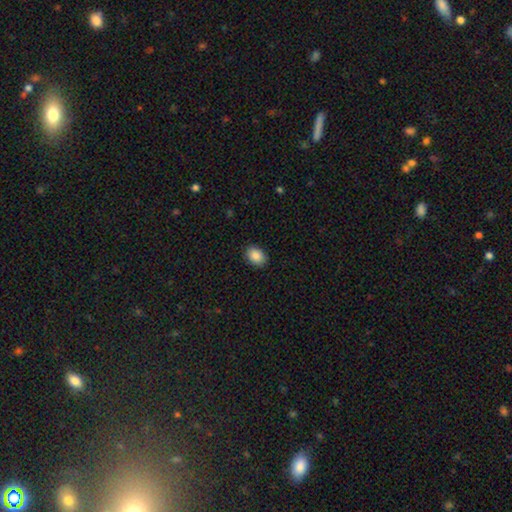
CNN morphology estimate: Overall: smooth (89%). How rounded: in between (74%). Merging: none (89%).